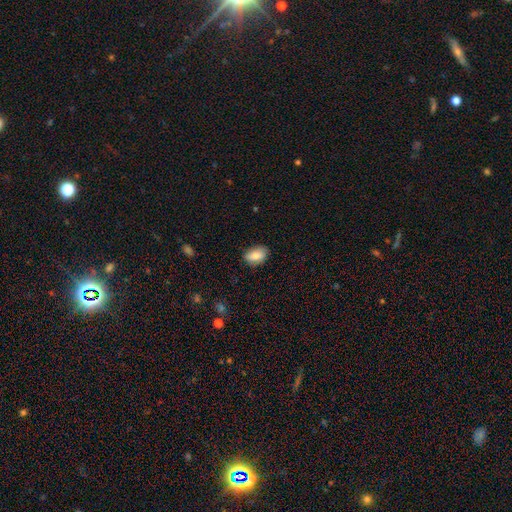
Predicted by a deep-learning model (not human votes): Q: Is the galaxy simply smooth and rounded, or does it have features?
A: smooth — 82%.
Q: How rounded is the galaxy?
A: in between — 89%.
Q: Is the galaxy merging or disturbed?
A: none — 79%.